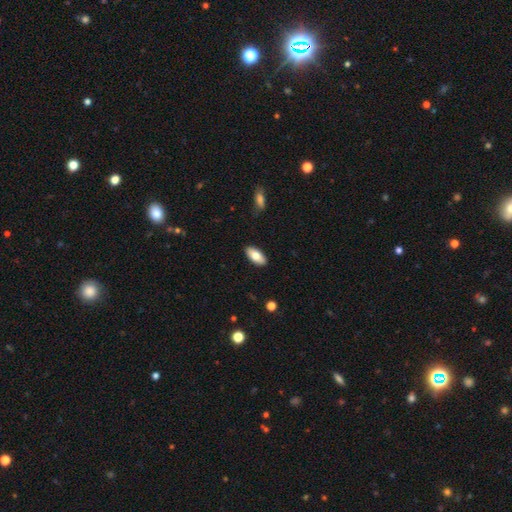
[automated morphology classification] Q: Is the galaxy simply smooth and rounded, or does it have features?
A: smooth — 77%.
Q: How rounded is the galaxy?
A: in between — 90%.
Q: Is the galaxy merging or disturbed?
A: none — 89%.